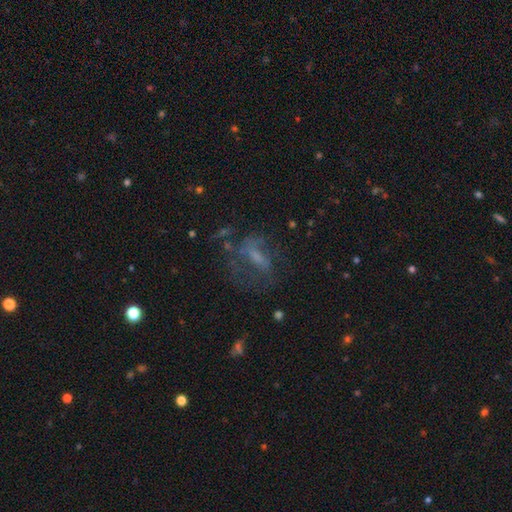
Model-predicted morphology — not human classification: Smooth or featured?
  - featured or disk: 52% *
  - smooth: 29%
  - star or artifact: 19%
Edge-on disk?
  - no: 91% *
  - yes: 9%
Merging?
  - none: 48% *
  - major disturbance: 30%
  - minor disturbance: 19%
  - merger: 4%